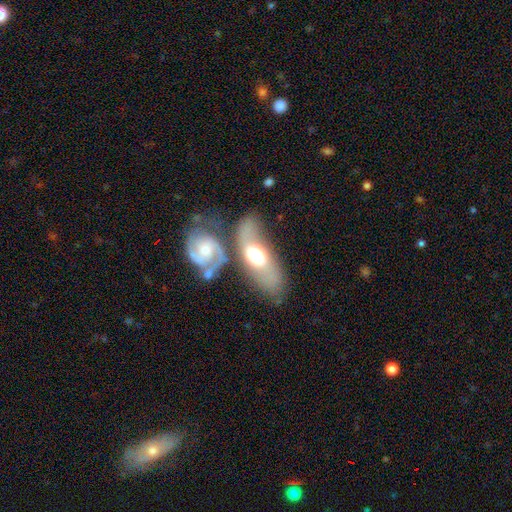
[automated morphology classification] smooth_or_featured: featured or disk (p=0.53) [alt: smooth p=0.41]
disk_edge_on: no (p=0.79) [alt: yes p=0.21]
merging: none (p=0.46) [alt: merger p=0.29]